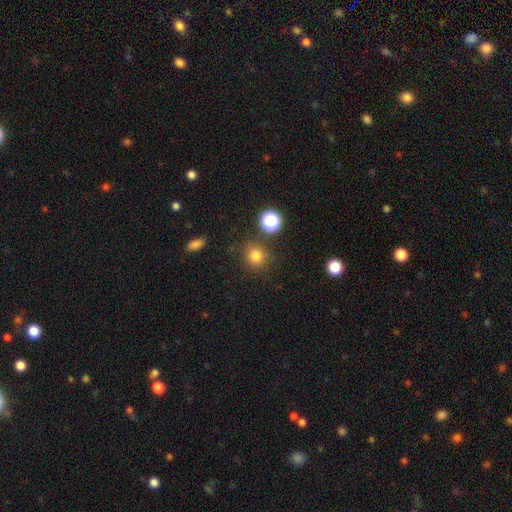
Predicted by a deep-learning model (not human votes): A smooth galaxy with no disk features (79%) that is round (87%). Merging: none (82%).